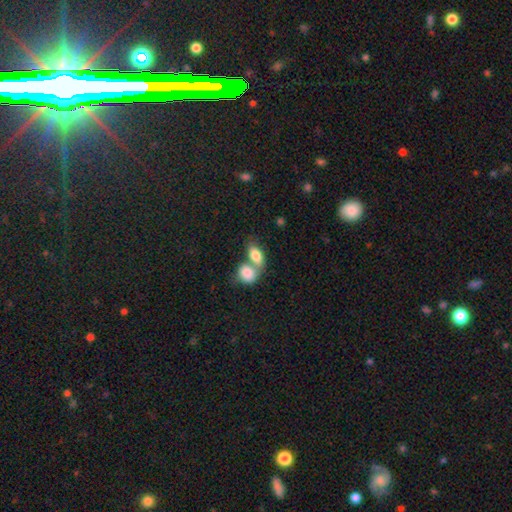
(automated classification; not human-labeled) Morphology: type=smooth (81%); roundness=in between (82%); merging=merger (66%).